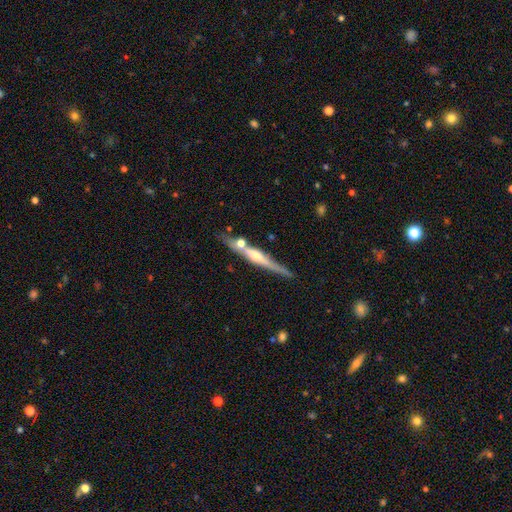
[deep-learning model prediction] Overall: featured or disk (73%). Edge-on disk: yes (96%). Edge-on bulge: rounded (79%). Merging: none (72%).